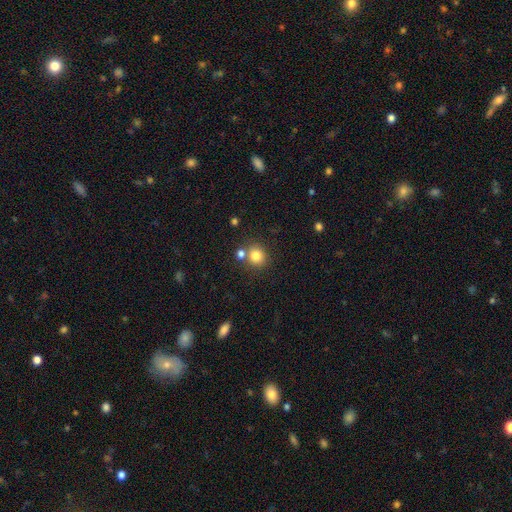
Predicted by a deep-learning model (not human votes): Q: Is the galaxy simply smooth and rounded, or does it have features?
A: smooth — 80%.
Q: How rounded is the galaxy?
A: round — 84%.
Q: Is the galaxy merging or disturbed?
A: none — 68%.